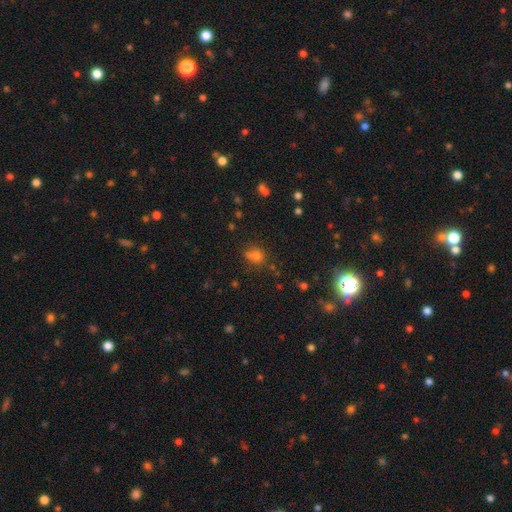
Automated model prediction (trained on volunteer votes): smooth-or-featured: smooth: 70% | star or artifact: 21% | featured or disk: 9%
  how-rounded: round: 71% | in between: 27% | cigar-shaped: 1%
  merging: none: 58% | minor disturbance: 18% | merger: 17% | major disturbance: 7%